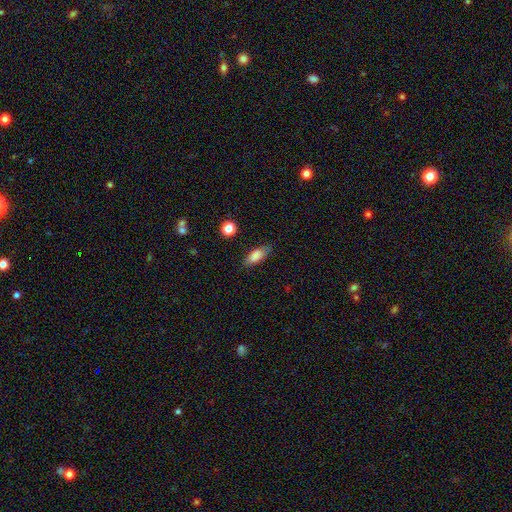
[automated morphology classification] A smooth galaxy with no disk features (81%) that is in between round and cigar-shaped (75%).

Vote fractions:
- Smooth or featured? smooth: 81% / featured or disk: 11% / star or artifact: 8%
- How rounded? in between: 75% / cigar-shaped: 21% / round: 3%
- Merging? none: 77% / minor disturbance: 17% / major disturbance: 4% / merger: 2%